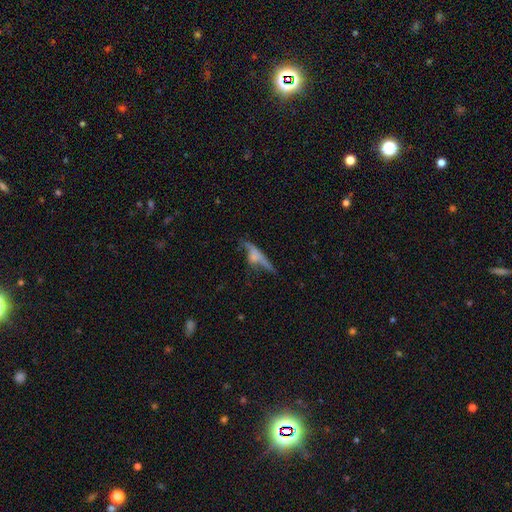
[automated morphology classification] This is possibly a featured or disk galaxy (48%). Merging: marginally none (38%).